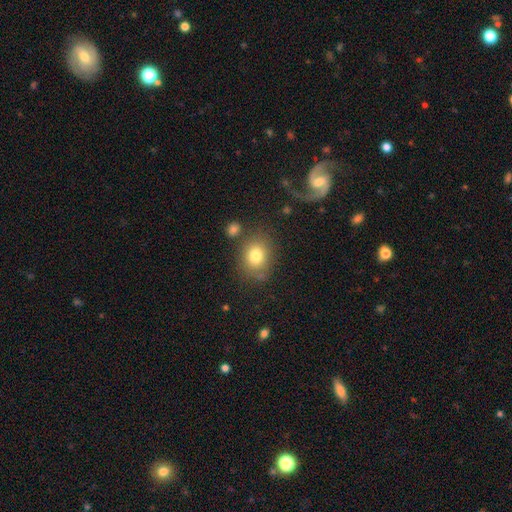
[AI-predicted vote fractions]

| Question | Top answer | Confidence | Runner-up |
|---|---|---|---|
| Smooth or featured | smooth | 77% | featured or disk (12%) |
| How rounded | round | 58% | in between (41%) |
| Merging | none | 72% | minor disturbance (14%) |